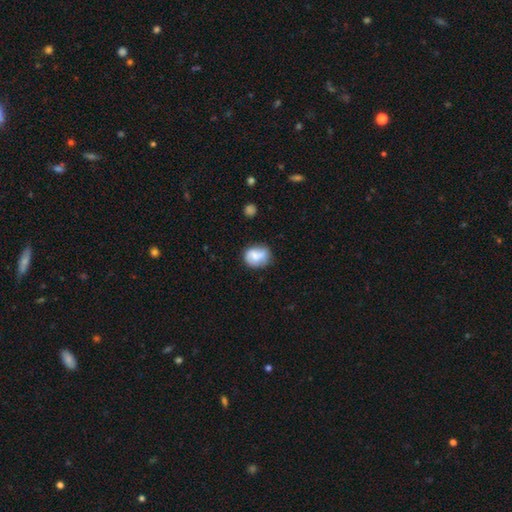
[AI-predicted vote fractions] Q: Smooth or featured?
A: smooth (68%); runner-up: featured or disk (23%)
Q: How rounded?
A: round (55%); runner-up: in between (44%)
Q: Merging?
A: none (53%); runner-up: minor disturbance (29%)